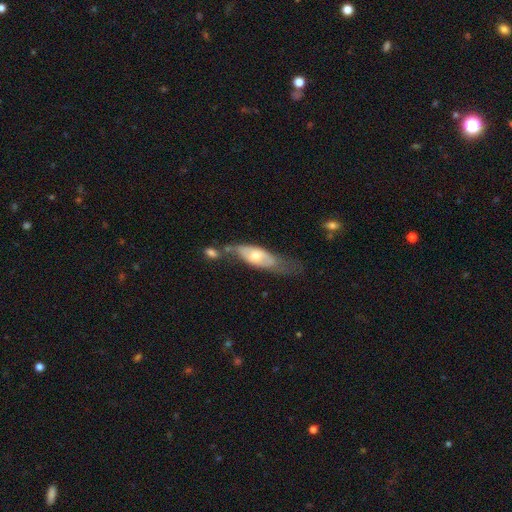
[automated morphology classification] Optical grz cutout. It shows a featured or disk galaxy (49%). Merging: none (35%).